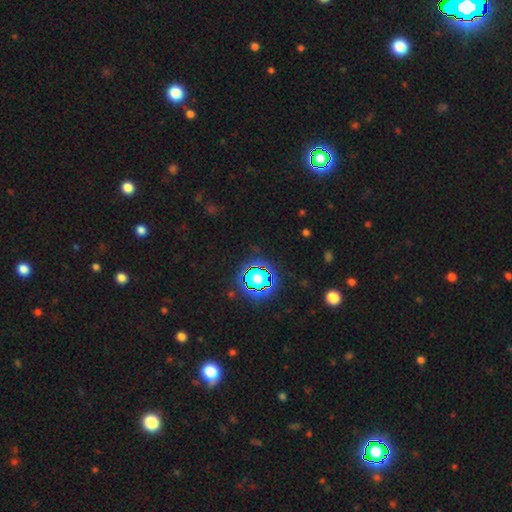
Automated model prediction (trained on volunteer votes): Smooth or featured? Predicted: star or artifact (p=0.80).